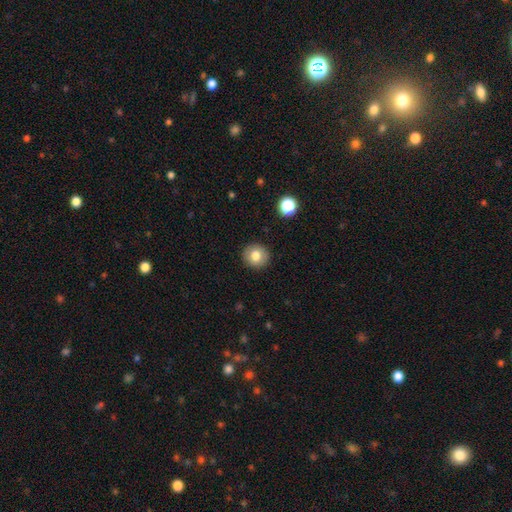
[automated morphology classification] The model was most divided on "smooth or featured": smooth: 79%, featured or disk: 11%, star or artifact: 10%. More confident: merging — none (91%); how rounded — round (91%).